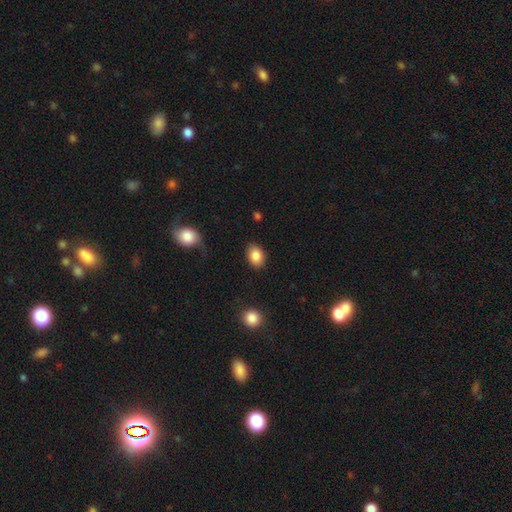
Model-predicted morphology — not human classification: Smooth or featured?
  - smooth: 87% *
  - star or artifact: 8%
  - featured or disk: 5%
How rounded?
  - in between: 73% *
  - round: 26%
  - cigar-shaped: 1%
Merging?
  - none: 85% *
  - minor disturbance: 11%
  - major disturbance: 3%
  - merger: 1%